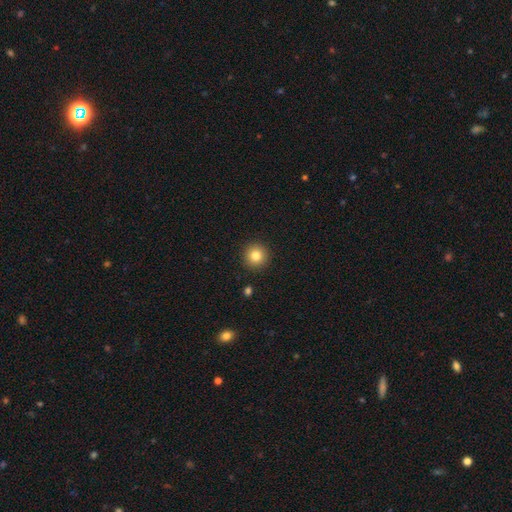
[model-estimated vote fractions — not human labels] The model was most divided on "smooth or featured": smooth: 82%, star or artifact: 11%, featured or disk: 7%. More confident: how rounded — round (95%); merging — none (92%).